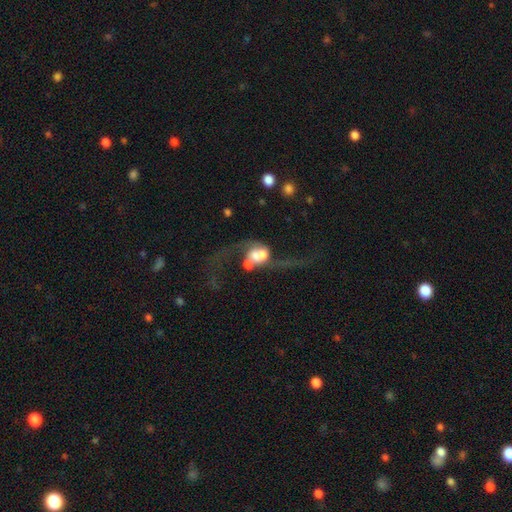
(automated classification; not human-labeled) Morphology: type=featured or disk (64%); edge-on=no (93%); bar=no (72%); spiral arms=yes (67%); bulge=large (33%); merging=merger (55%).